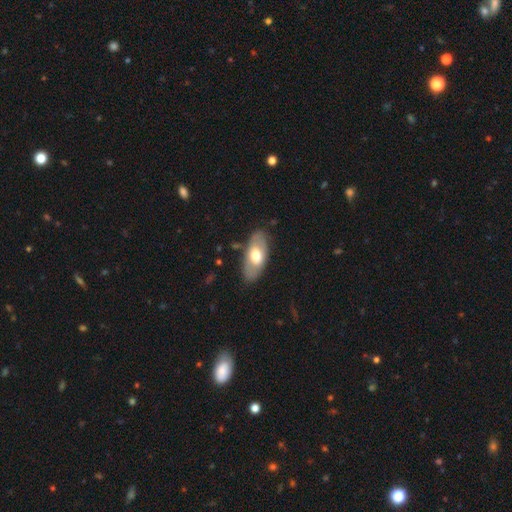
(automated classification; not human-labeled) Q: Smooth or featured?
A: smooth (57%); runner-up: featured or disk (38%)
Q: How rounded?
A: in between (89%); runner-up: cigar-shaped (8%)
Q: Merging?
A: none (79%); runner-up: minor disturbance (15%)